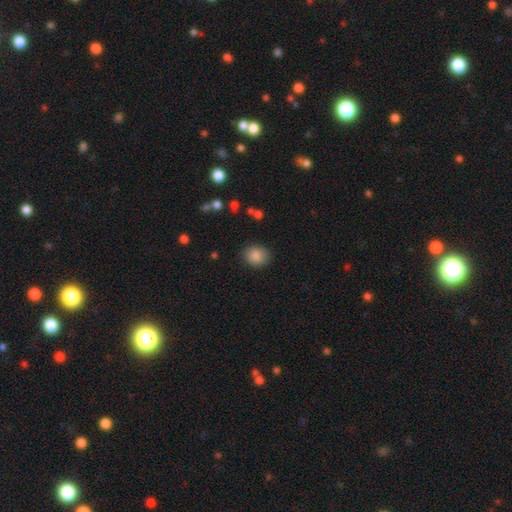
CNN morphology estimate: The model was most divided on "how rounded": round: 68%, in between: 31%, cigar-shaped: 1%. More confident: smooth or featured — smooth (87%); merging — none (85%).